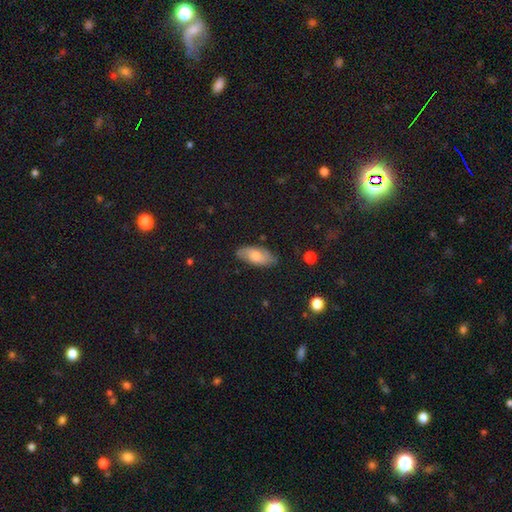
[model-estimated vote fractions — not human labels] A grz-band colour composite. It shows a smooth galaxy with no disk features (59%) that is in between round and cigar-shaped (88%). Merging: none (79%).